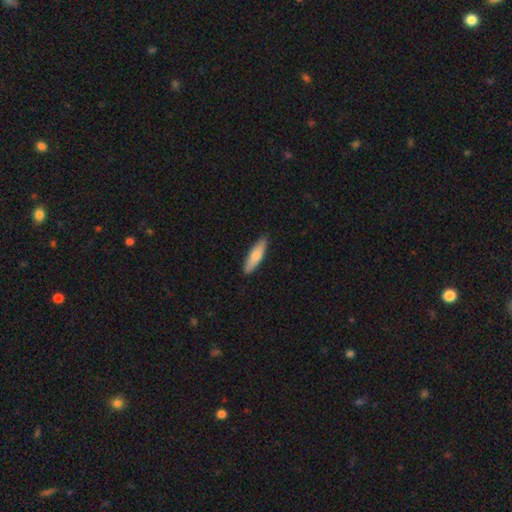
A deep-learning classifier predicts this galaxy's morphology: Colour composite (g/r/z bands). It shows a smooth galaxy with no disk features (75%) that is cigar-shaped (61%). Merging: none (87%).